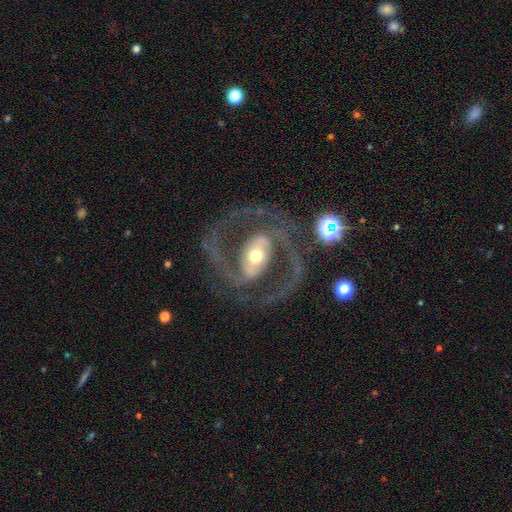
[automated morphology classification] smooth_or_featured: featured or disk (p=0.90) [alt: smooth p=0.05]
disk_edge_on: no (p=0.97) [alt: yes p=0.03]
bar: strong (p=0.35) [alt: no p=0.32]
has_spiral_arms: yes (p=0.96) [alt: no p=0.04]
spiral_winding: medium (p=0.60) [alt: loose p=0.20]
spiral_arm_count: 2 (p=0.90) [alt: can't tell p=0.03]
bulge_size: moderate (p=0.64) [alt: small p=0.21]
merging: none (p=0.74) [alt: major disturbance p=0.12]